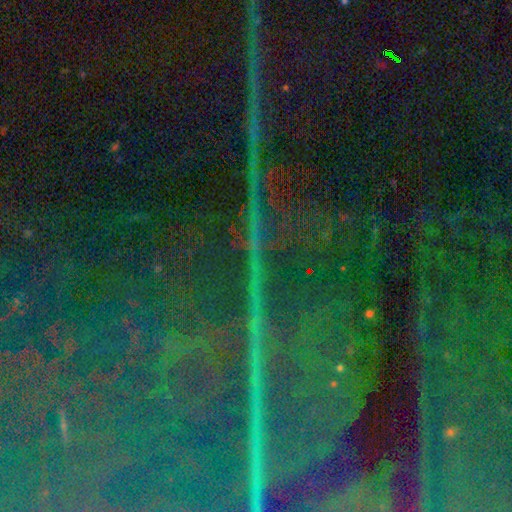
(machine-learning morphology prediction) Smooth or featured?
  - star or artifact: 88% *
  - featured or disk: 8%
  - smooth: 5%